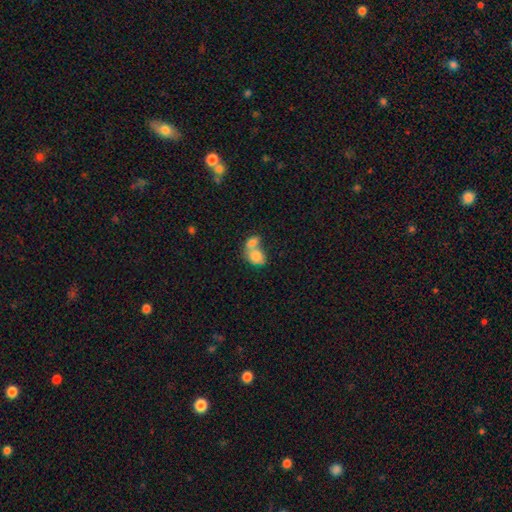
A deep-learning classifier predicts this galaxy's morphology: type=smooth (80%); roundness=in between (70%); merging=merger (71%).